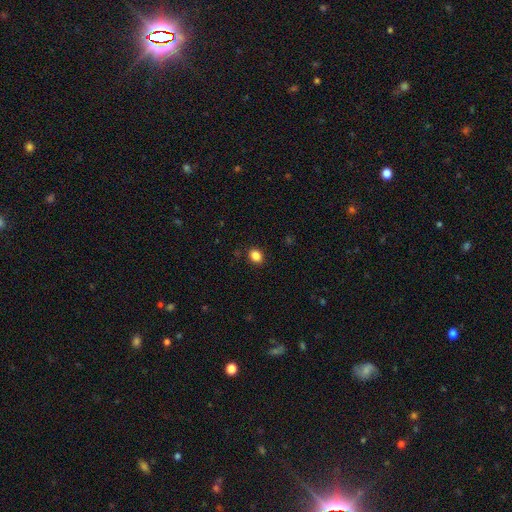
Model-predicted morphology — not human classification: This appears to be a smooth galaxy with no disk features (86%) that is in between round and cigar-shaped (56%). Merging: none (88%).